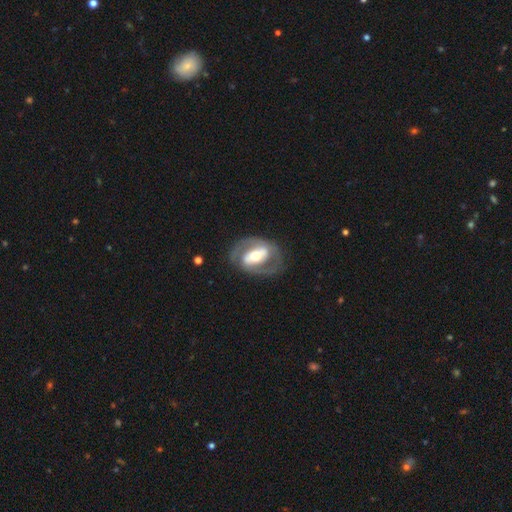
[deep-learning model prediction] Overall: featured or disk (79%). Edge-on disk: no (95%). Bar: strong (50%; weak 27%). Spiral arms: yes (74%). Spiral arm count: 2 (86%). Spiral winding: medium (46%; tight 37%). Bulge size: moderate (65%). Merging: none (77%).